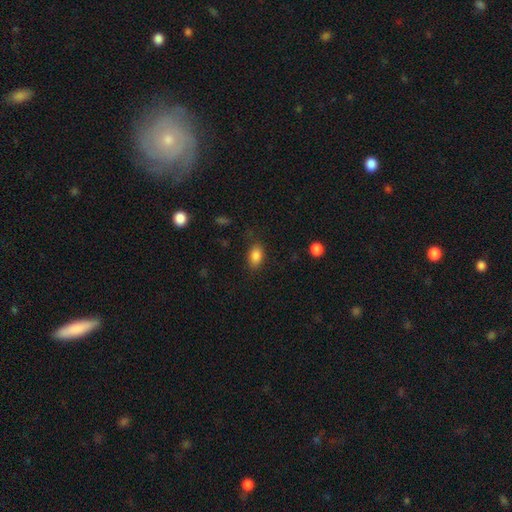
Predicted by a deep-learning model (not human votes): Smooth or featured?
  - smooth: 86% *
  - star or artifact: 9%
  - featured or disk: 5%
How rounded?
  - in between: 86% *
  - round: 12%
  - cigar-shaped: 2%
Merging?
  - none: 79% *
  - minor disturbance: 15%
  - major disturbance: 5%
  - merger: 1%